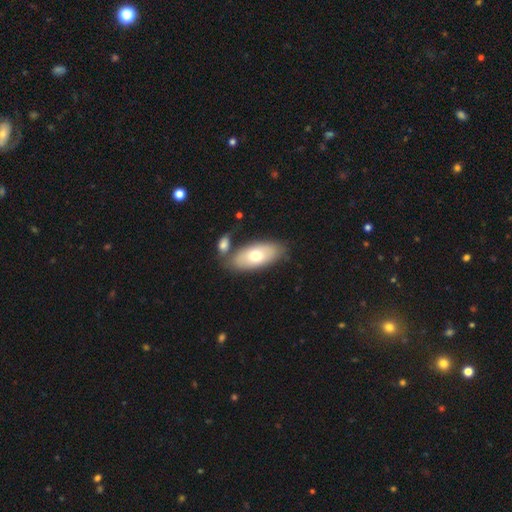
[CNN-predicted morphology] smooth_or_featured: smooth (p=0.66) [alt: featured or disk p=0.28]
how_rounded: in between (p=0.90) [alt: cigar-shaped p=0.06]
merging: none (p=0.63) [alt: merger p=0.20]